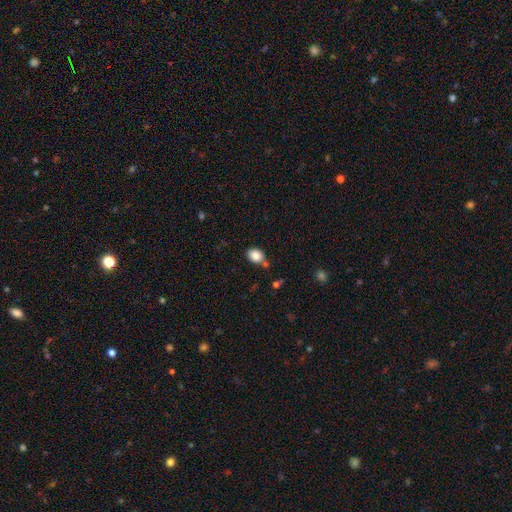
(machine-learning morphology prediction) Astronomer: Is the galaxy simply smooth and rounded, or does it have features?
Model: smooth — 86%.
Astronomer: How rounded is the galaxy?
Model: in between — 57% (runner-up: round, 41%).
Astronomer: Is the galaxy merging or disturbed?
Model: none — 68%.